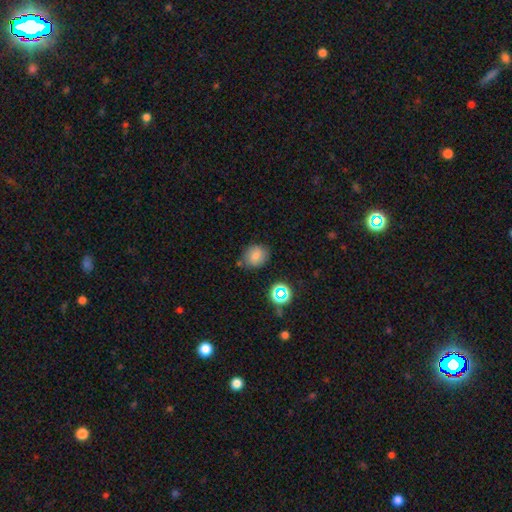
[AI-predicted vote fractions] smooth-or-featured: smooth: 79% | star or artifact: 13% | featured or disk: 8%
  how-rounded: round: 63% | in between: 36% | cigar-shaped: 1%
  merging: none: 75% | minor disturbance: 16% | merger: 5% | major disturbance: 4%